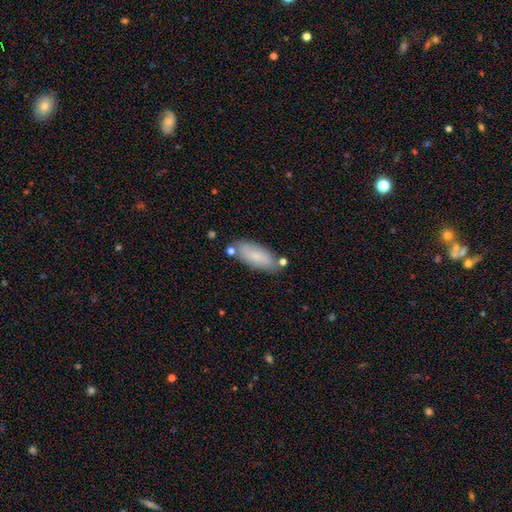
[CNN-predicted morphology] A smooth galaxy with no disk features (77%) that is in between round and cigar-shaped (80%). Merging: none (72%).